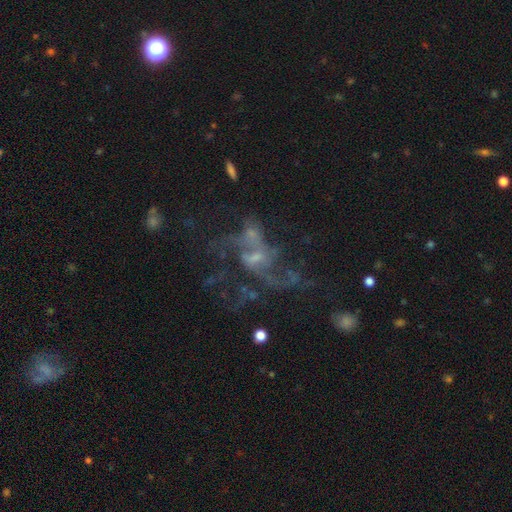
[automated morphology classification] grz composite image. It shows a featured or disk galaxy (68%) with no bar (55%), spiral arms (60%) and a small central bulge (45%). Merging: major disturbance (31%, tied with none).